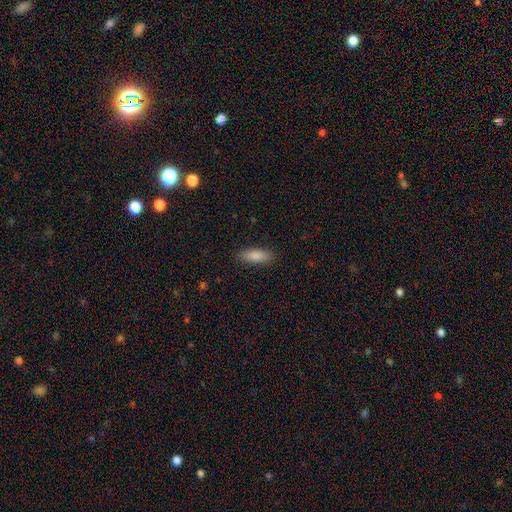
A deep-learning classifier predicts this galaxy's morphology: The model was most divided on "how rounded": in between: 60%, cigar-shaped: 38%, round: 2%. More confident: merging — none (88%); smooth or featured — smooth (87%).